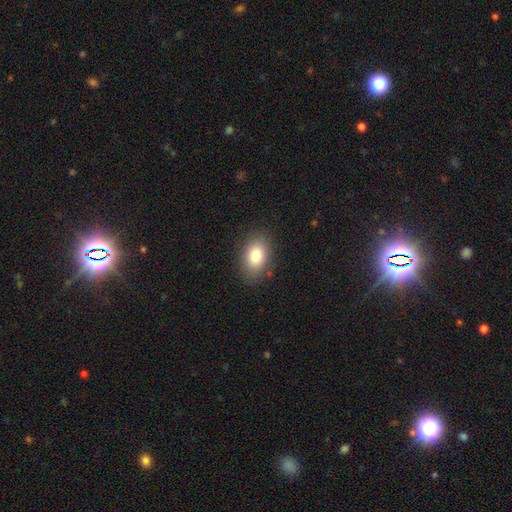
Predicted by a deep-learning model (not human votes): smooth 82%, featured or disk 9%, star or artifact 8%. Down the decision tree: how rounded — in between (86%); merging — none (85%).